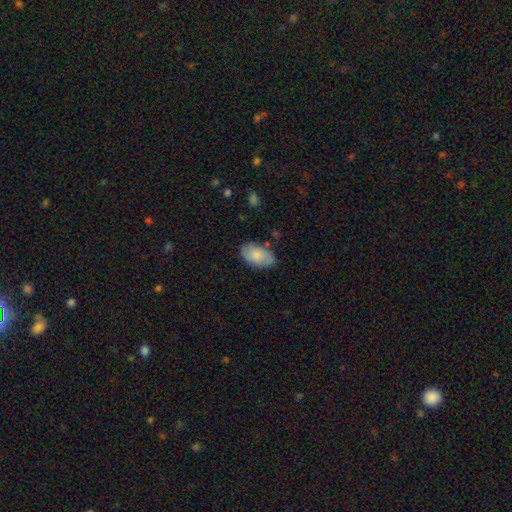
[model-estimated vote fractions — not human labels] The model was most divided on "smooth or featured": smooth: 73%, featured or disk: 20%, star or artifact: 6%. More confident: how rounded — in between (93%); merging — none (76%).